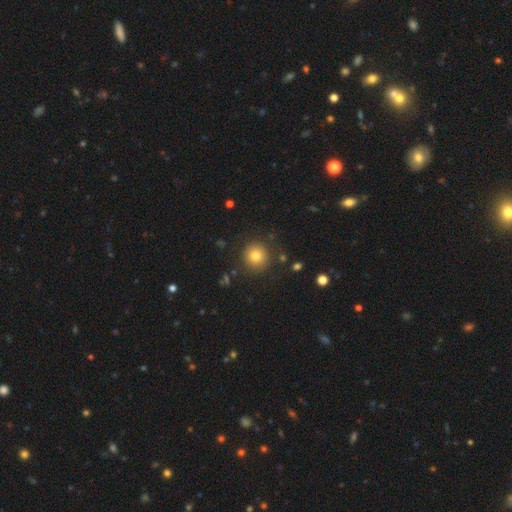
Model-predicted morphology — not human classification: smooth 79%, star or artifact 12%, featured or disk 9%. Down the decision tree: how rounded — round (94%); merging — none (88%).